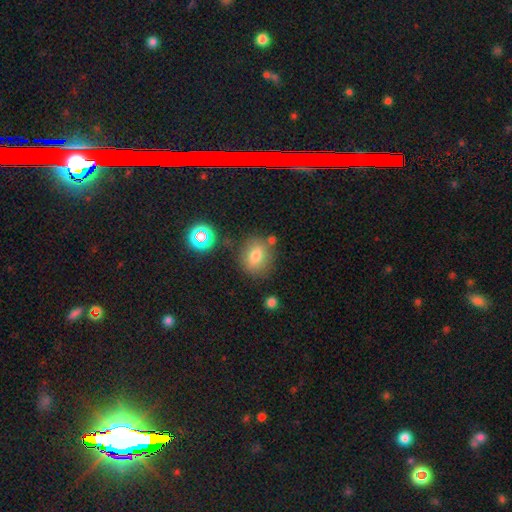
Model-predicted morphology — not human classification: type=smooth (73%); roundness=round (59%); merging=none (73%).